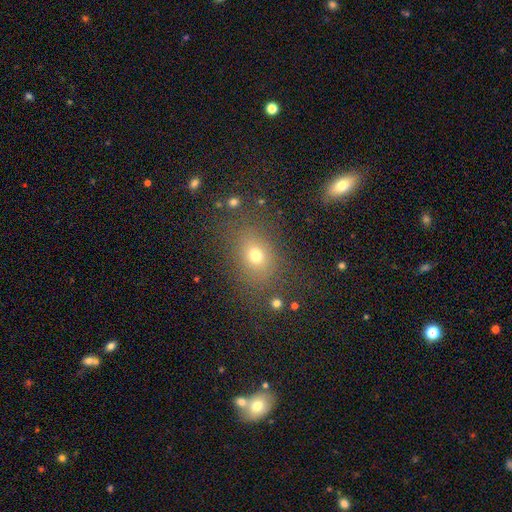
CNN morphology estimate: smooth_or_featured: smooth (p=0.69) [alt: star or artifact p=0.19]
how_rounded: in between (p=0.61) [alt: round p=0.37]
merging: none (p=0.77) [alt: minor disturbance p=0.13]